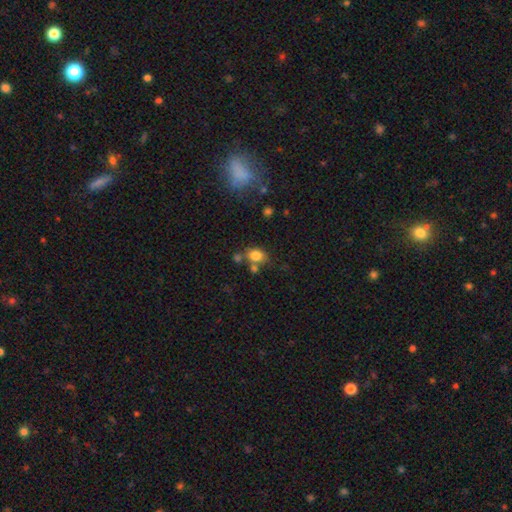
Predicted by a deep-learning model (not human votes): A smooth galaxy with no disk features (80%) that is in between round and cigar-shaped (55%). Merging: none (58%).